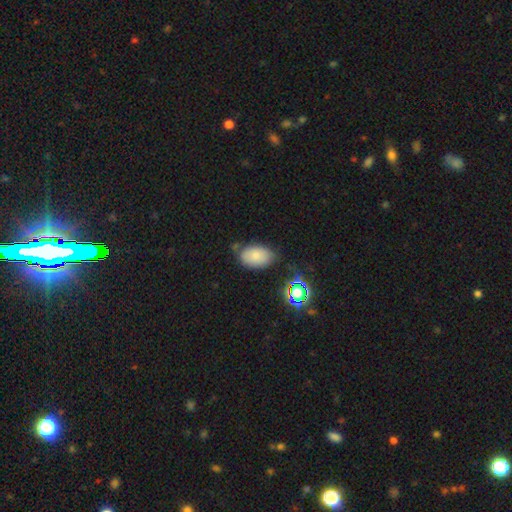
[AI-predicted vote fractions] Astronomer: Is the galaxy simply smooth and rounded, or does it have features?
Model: smooth — 78%.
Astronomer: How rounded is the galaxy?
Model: in between — 91%.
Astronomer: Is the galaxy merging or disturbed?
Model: none — 67%.